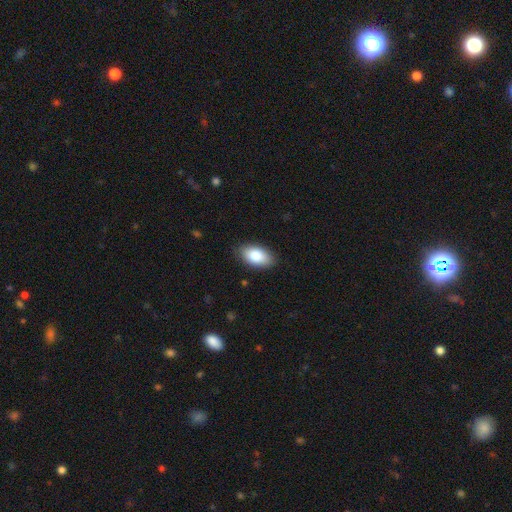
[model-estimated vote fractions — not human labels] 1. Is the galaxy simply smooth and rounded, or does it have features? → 82% smooth, 11% featured or disk, 7% star or artifact.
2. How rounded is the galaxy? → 93% in between, 4% round, 2% cigar-shaped.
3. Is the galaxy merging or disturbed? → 86% none, 11% minor disturbance, 2% major disturbance, 1% merger.